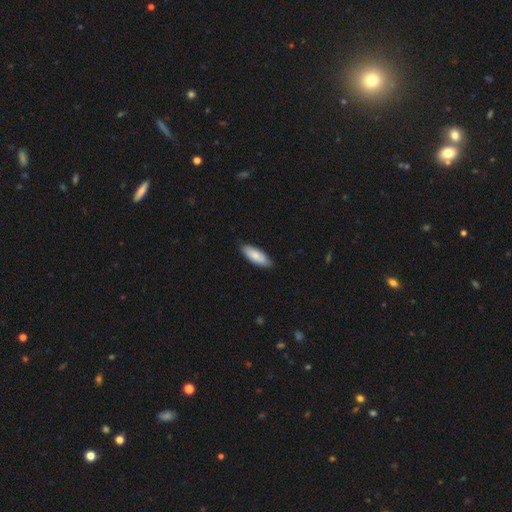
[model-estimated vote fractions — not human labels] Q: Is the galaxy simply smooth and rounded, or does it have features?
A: smooth — 82%.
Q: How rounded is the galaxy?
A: in between — 68%.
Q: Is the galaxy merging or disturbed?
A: none — 86%.